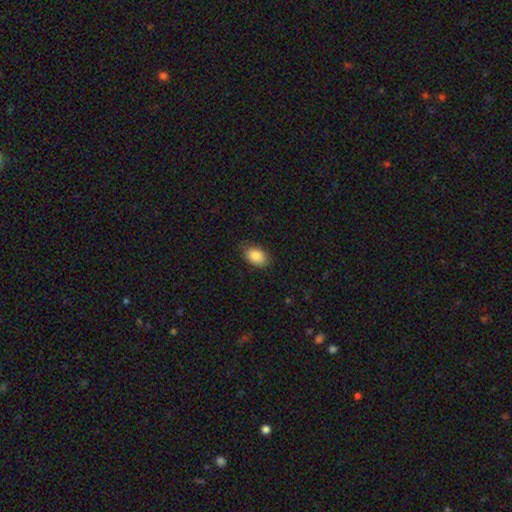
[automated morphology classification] Smooth or featured: smooth — 85% (star or artifact — 8%)
How rounded: in between — 86% (round — 13%)
Merging: none — 79% (minor disturbance — 16%)